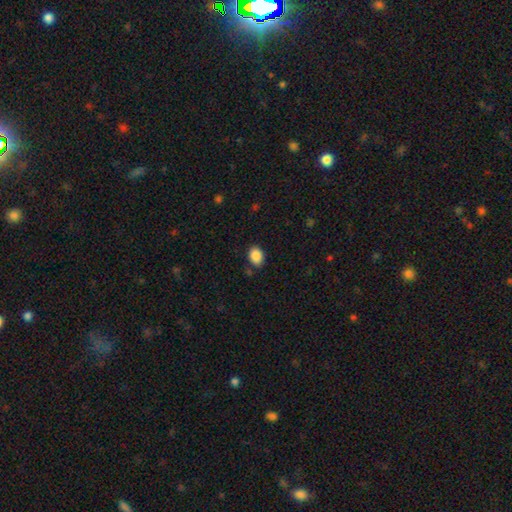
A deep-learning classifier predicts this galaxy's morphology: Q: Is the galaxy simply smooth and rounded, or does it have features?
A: smooth — 88%.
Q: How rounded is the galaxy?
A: in between — 71%.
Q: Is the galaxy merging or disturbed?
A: none — 82%.